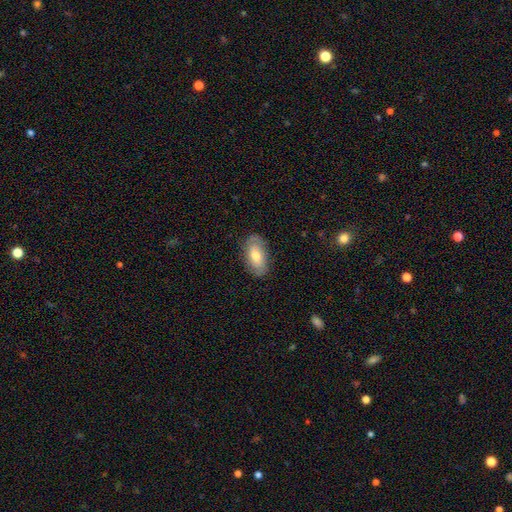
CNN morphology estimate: Overall: smooth (60%; featured or disk 34%). How rounded: in between (92%). Merging: none (81%).